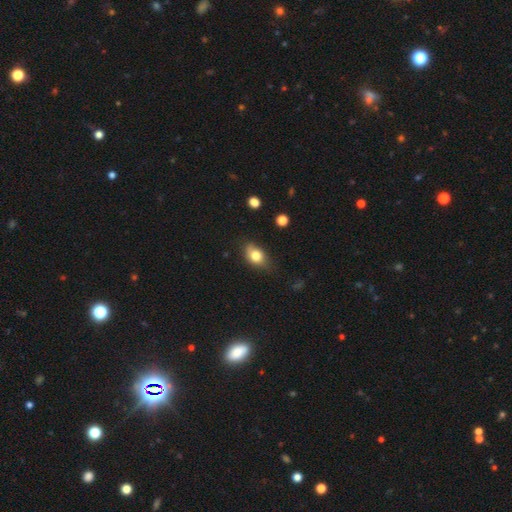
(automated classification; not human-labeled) Overall: smooth (78%). How rounded: in between (79%). Merging: none (66%; minor disturbance 27%).